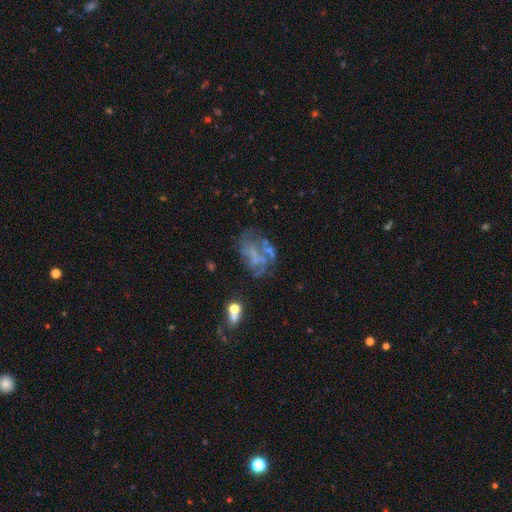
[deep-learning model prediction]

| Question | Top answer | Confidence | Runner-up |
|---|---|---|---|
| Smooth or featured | featured or disk | 61% | smooth (22%) |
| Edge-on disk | no | 98% | yes (2%) |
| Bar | no | 81% | weak (14%) |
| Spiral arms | no | 72% | yes (28%) |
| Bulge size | none | 75% | small (13%) |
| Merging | none | 42% | major disturbance (29%) |